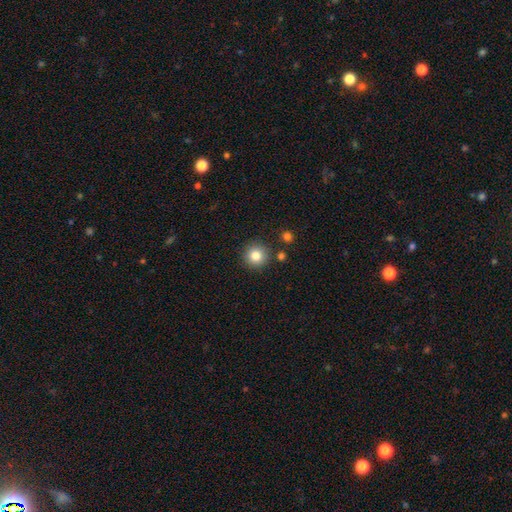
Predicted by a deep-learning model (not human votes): Q: Smooth or featured?
A: smooth (82%); runner-up: star or artifact (11%)
Q: How rounded?
A: round (95%); runner-up: in between (4%)
Q: Merging?
A: none (87%); runner-up: minor disturbance (7%)